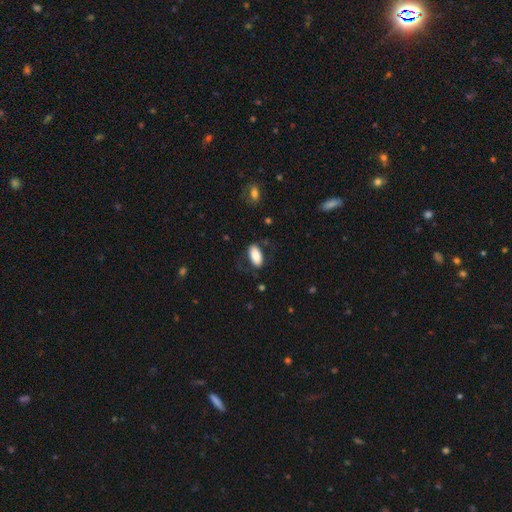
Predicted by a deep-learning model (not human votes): Smooth or featured? Predicted: smooth (p=0.84). How rounded? Predicted: in between (p=0.90). Merging? Predicted: none (p=0.73).